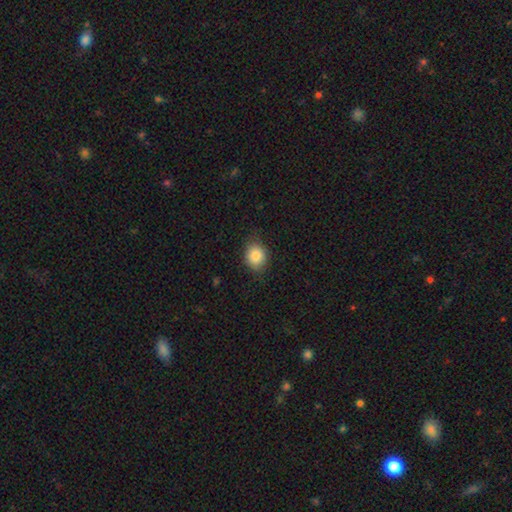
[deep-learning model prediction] smooth 87%, star or artifact 8%, featured or disk 4%. Down the decision tree: how rounded — round (55%); merging — none (78%).